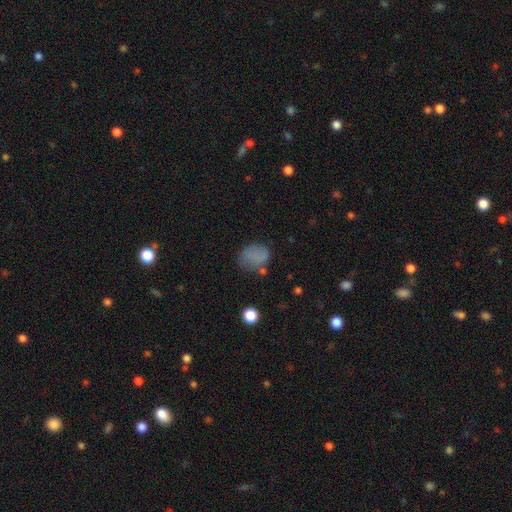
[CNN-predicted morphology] Smooth or featured? Predicted: smooth (p=0.75). How rounded? Predicted: in between (p=0.53). Merging? Predicted: none (p=0.55).